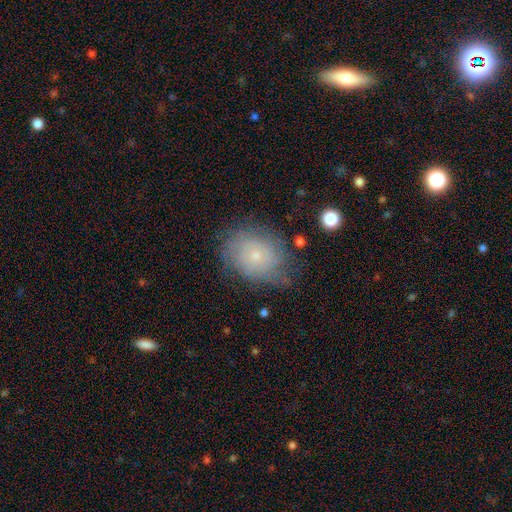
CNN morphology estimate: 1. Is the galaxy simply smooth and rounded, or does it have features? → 47% featured or disk, 42% smooth, 11% star or artifact.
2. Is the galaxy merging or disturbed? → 63% none, 25% minor disturbance, 10% major disturbance, 2% merger.